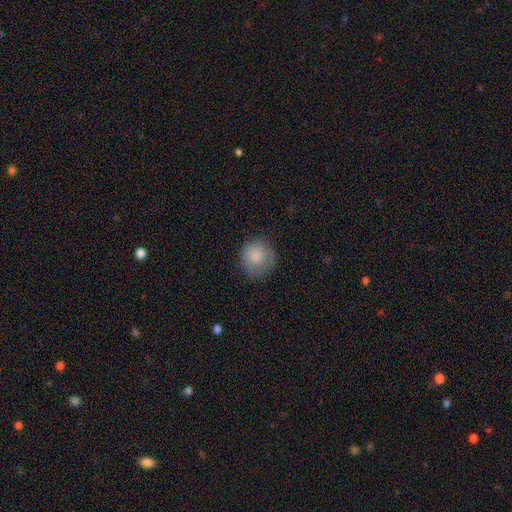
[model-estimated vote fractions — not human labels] A smooth galaxy with no disk features (84%) that is round (87%). Merging: none (76%).